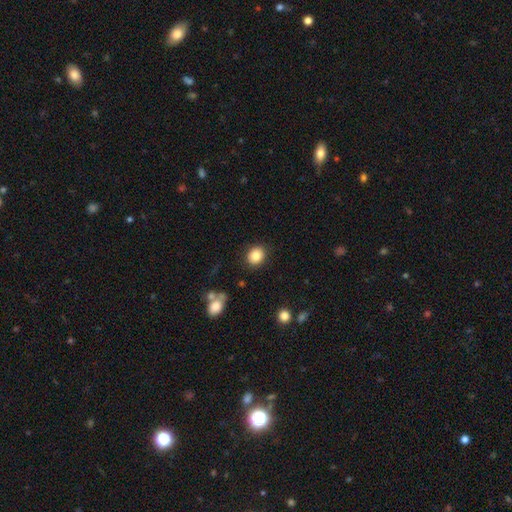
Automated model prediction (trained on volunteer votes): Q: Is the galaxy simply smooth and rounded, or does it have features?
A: smooth — 85%.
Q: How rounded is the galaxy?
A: round — 65%.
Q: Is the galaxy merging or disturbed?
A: none — 87%.